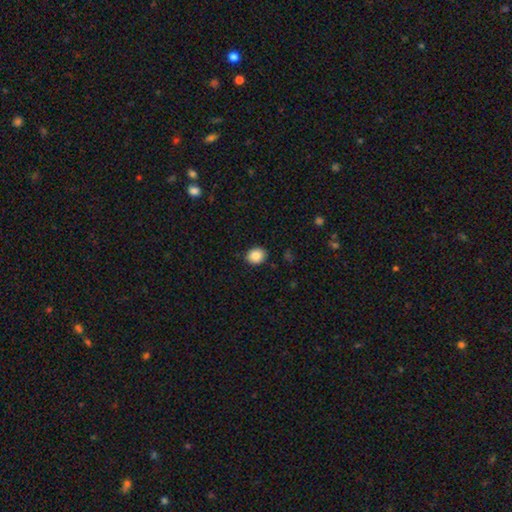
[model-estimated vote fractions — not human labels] smooth 85%, star or artifact 9%, featured or disk 6%. Down the decision tree: how rounded — round (61%); merging — none (89%).